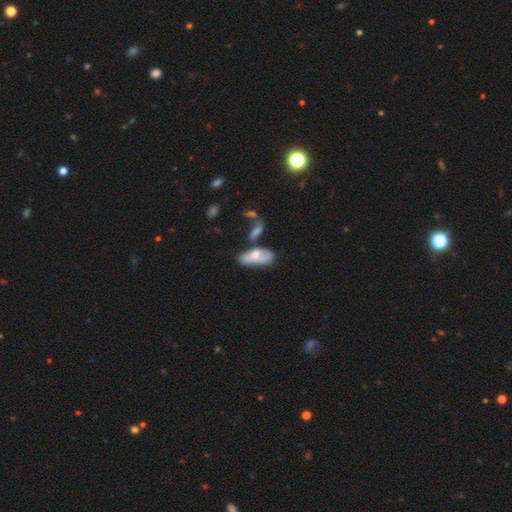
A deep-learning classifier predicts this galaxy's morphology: Smooth or featured?
  - smooth: 62% *
  - featured or disk: 31%
  - star or artifact: 7%
How rounded?
  - in between: 84% *
  - cigar-shaped: 13%
  - round: 3%
Merging?
  - none: 39% *
  - merger: 27%
  - minor disturbance: 22%
  - major disturbance: 12%